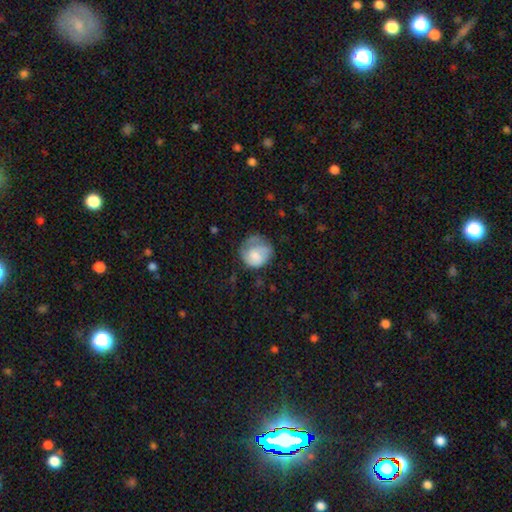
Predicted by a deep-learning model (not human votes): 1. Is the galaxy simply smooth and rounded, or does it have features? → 71% smooth, 22% featured or disk, 7% star or artifact.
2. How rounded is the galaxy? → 80% round, 19% in between, 1% cigar-shaped.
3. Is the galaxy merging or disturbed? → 43% none, 32% minor disturbance, 23% major disturbance, 2% merger.